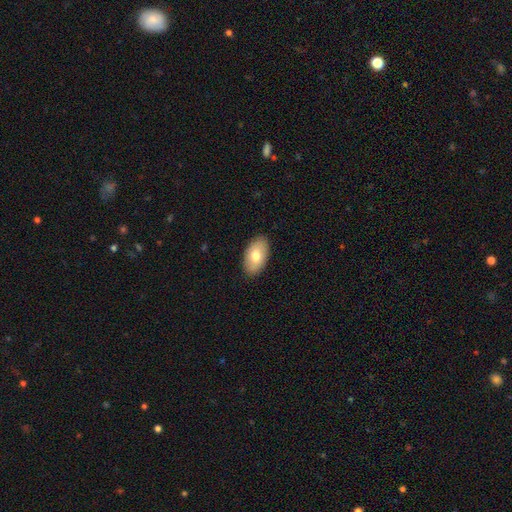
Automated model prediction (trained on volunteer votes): Smooth or featured? Predicted: smooth (p=0.74). How rounded? Predicted: in between (p=0.94). Merging? Predicted: none (p=0.88).